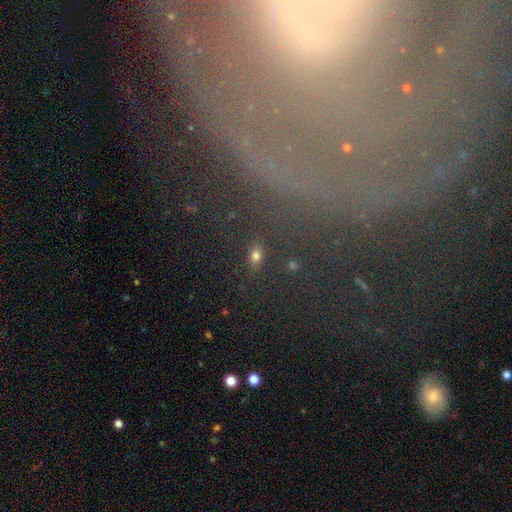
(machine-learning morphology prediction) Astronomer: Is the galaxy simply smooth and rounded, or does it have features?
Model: smooth — 73%.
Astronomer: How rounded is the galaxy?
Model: in between — 77%.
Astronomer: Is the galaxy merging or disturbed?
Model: none — 82%.